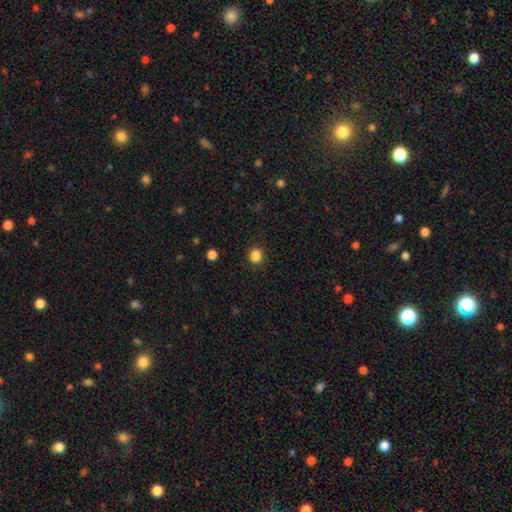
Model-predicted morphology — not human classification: type=smooth (86%); roundness=round (88%); merging=none (91%).